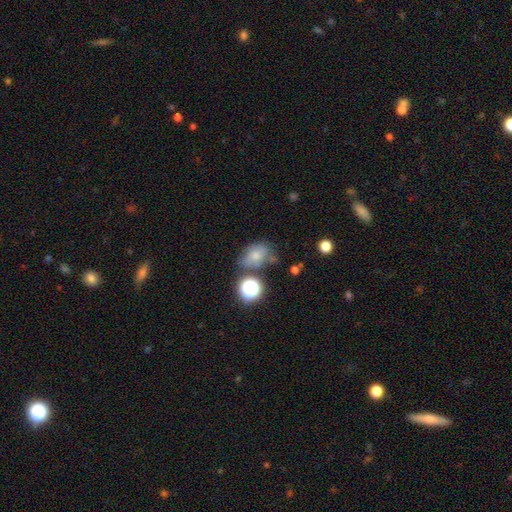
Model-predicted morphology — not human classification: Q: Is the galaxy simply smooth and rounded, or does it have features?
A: smooth — 65%.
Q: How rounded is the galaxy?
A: in between — 70%.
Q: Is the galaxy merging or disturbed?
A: none — 49%.